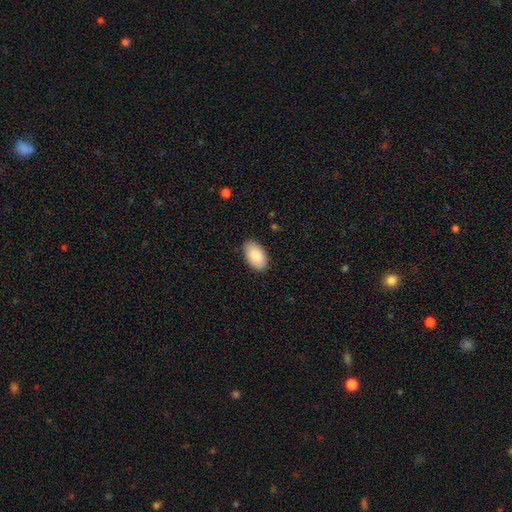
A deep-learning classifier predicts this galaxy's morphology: A smooth galaxy with no disk features (88%) that is in between round and cigar-shaped (95%).

Vote fractions:
- Smooth or featured? smooth: 88% / featured or disk: 6% / star or artifact: 6%
- How rounded? in between: 95% / round: 3% / cigar-shaped: 1%
- Merging? none: 86% / minor disturbance: 11% / major disturbance: 2% / merger: 1%